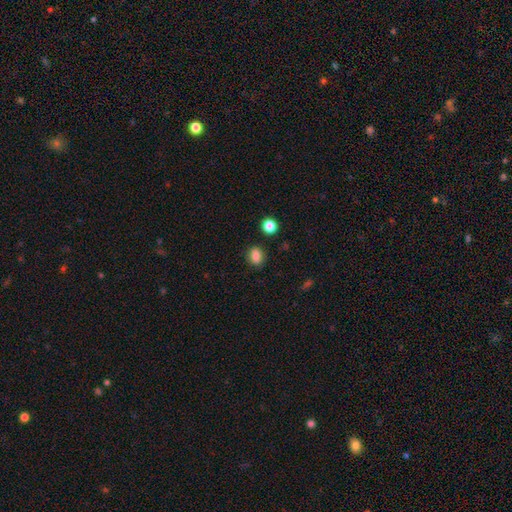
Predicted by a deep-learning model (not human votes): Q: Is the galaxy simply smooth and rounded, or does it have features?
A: smooth — 83%.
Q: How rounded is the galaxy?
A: in between — 59%.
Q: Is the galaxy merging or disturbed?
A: none — 85%.